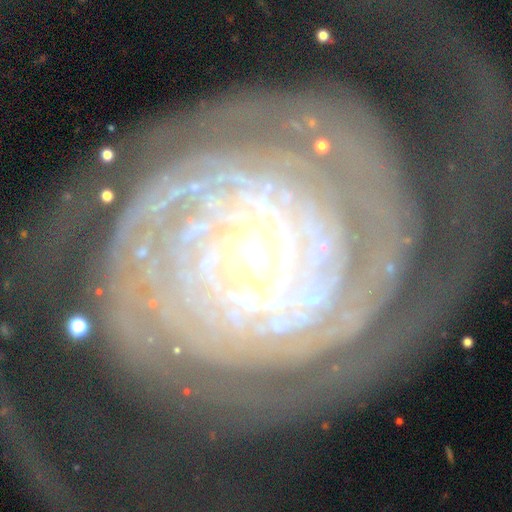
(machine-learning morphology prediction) type=featured or disk (91%); edge-on=no (97%); bar=no (70%); spiral arms=yes (97%); winding=tight (77%); arm count=2 (33%); bulge=moderate (47%); merging=none (58%).